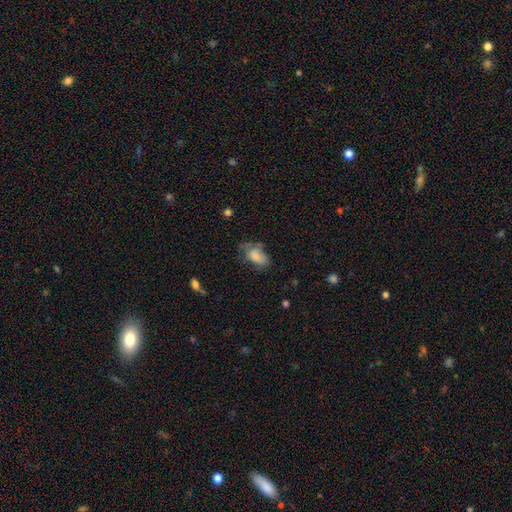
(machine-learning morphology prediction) Overall: smooth (73%). How rounded: in between (90%). Merging: none (39%; minor disturbance 32%).